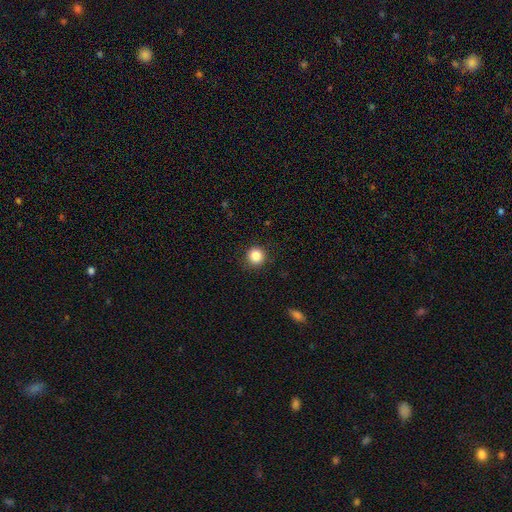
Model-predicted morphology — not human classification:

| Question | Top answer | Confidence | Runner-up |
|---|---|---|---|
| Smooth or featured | smooth | 86% | star or artifact (11%) |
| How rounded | round | 94% | in between (5%) |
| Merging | none | 90% | minor disturbance (7%) |